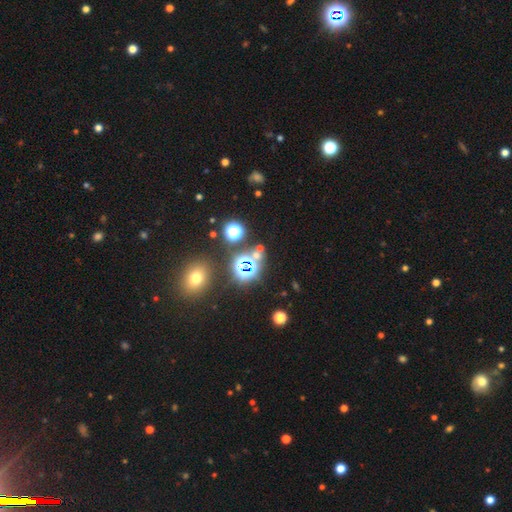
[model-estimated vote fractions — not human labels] Smooth or featured? Predicted: star or artifact (p=0.63).